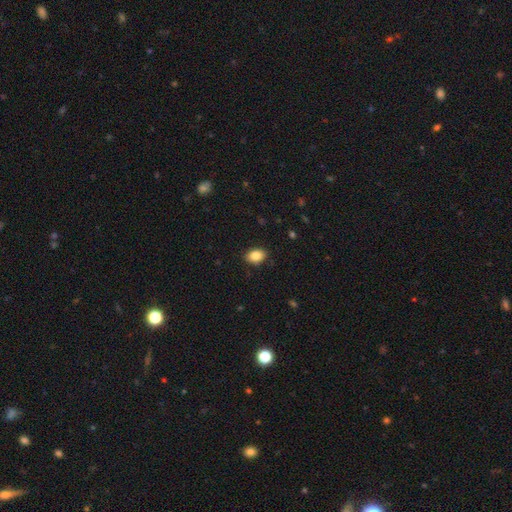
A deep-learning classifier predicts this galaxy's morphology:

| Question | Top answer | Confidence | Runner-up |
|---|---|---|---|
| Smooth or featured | smooth | 86% | star or artifact (8%) |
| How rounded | in between | 81% | round (18%) |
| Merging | none | 88% | minor disturbance (9%) |